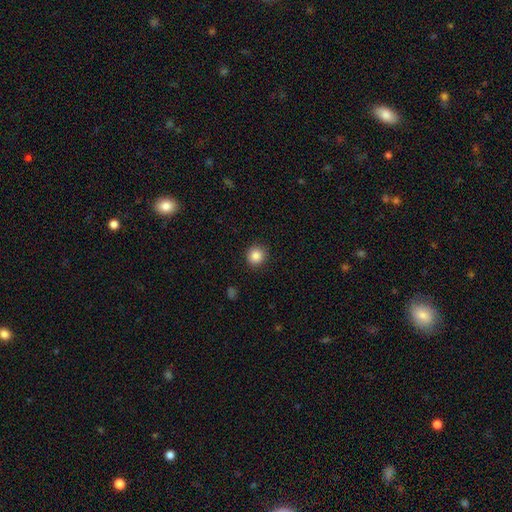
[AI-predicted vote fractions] A smooth galaxy with no disk features (86%) that is round (90%). Merging: none (90%).